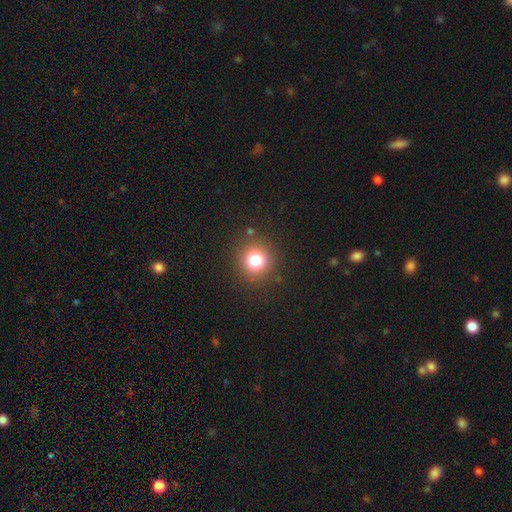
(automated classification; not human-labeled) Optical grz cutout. It shows a smooth galaxy with no disk features (76%) that is round (93%). Merging: none (91%).